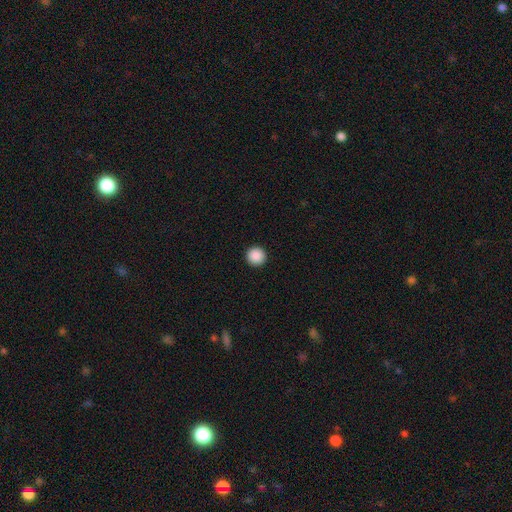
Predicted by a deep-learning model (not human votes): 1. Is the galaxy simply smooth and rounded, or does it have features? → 89% smooth, 9% star or artifact, 2% featured or disk.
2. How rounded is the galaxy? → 96% round, 3% in between, 1% cigar-shaped.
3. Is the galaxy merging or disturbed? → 94% none, 4% minor disturbance, 1% major disturbance, 1% merger.